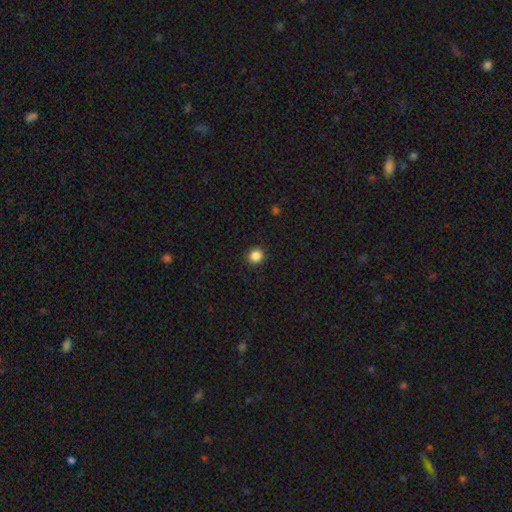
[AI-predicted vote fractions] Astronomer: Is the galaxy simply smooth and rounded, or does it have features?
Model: smooth — 86%.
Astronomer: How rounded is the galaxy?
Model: round — 90%.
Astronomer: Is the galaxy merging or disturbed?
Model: none — 92%.